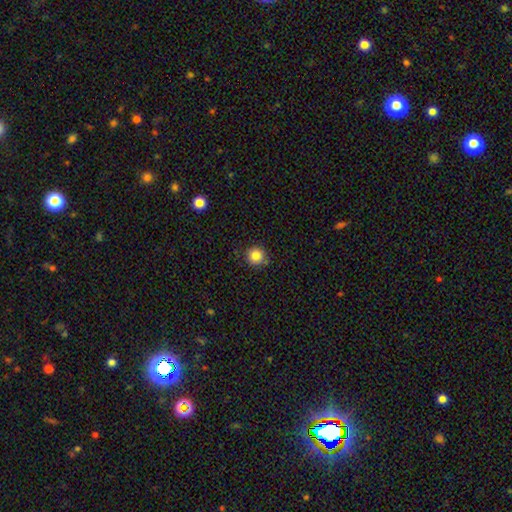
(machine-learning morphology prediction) smooth_or_featured: smooth (p=0.85) [alt: star or artifact p=0.11]
how_rounded: round (p=0.94) [alt: in between p=0.05]
merging: none (p=0.84) [alt: minor disturbance p=0.11]